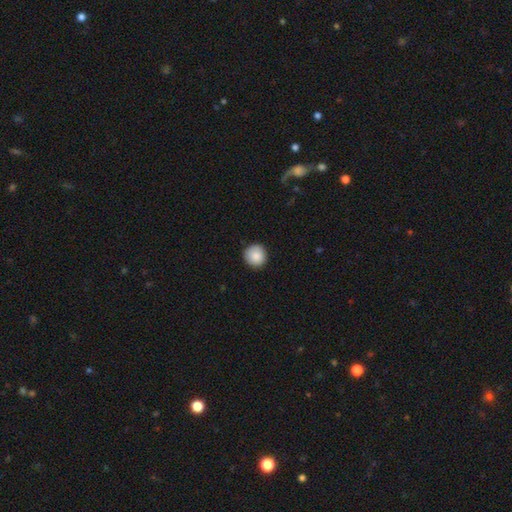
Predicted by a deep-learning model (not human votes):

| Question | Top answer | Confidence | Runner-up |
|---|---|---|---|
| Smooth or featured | smooth | 87% | star or artifact (8%) |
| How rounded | round | 95% | in between (4%) |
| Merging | none | 90% | minor disturbance (7%) |